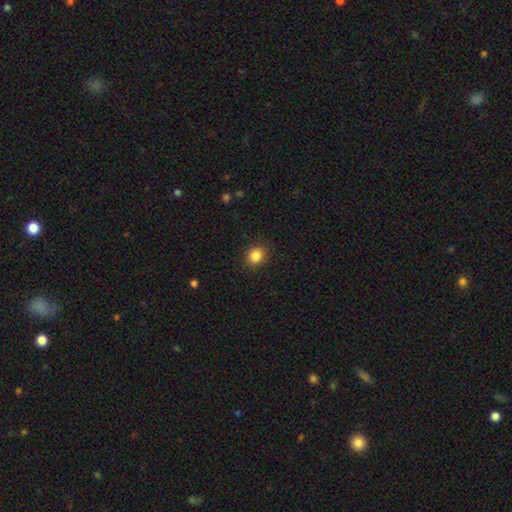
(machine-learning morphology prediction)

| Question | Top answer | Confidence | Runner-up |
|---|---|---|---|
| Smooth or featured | smooth | 85% | star or artifact (10%) |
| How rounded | round | 72% | in between (27%) |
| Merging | none | 89% | minor disturbance (8%) |